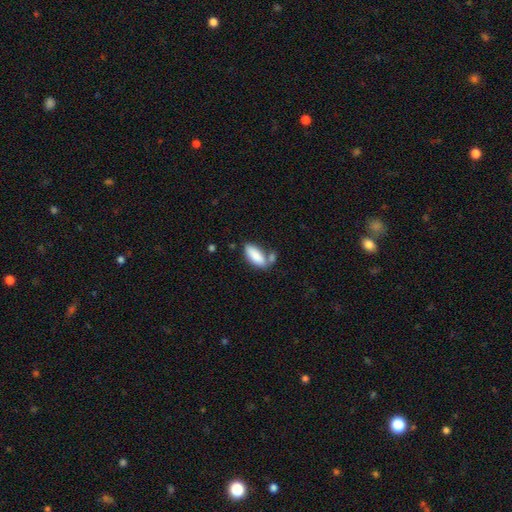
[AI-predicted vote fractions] Smooth or featured? Predicted: smooth (p=0.85). How rounded? Predicted: in between (p=0.82). Merging? Predicted: none (p=0.48).